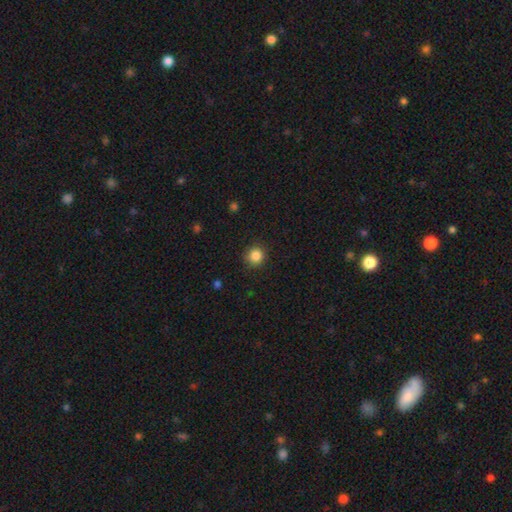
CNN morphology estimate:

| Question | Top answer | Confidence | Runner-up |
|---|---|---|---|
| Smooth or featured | smooth | 85% | star or artifact (11%) |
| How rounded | round | 92% | in between (7%) |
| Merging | none | 88% | minor disturbance (9%) |